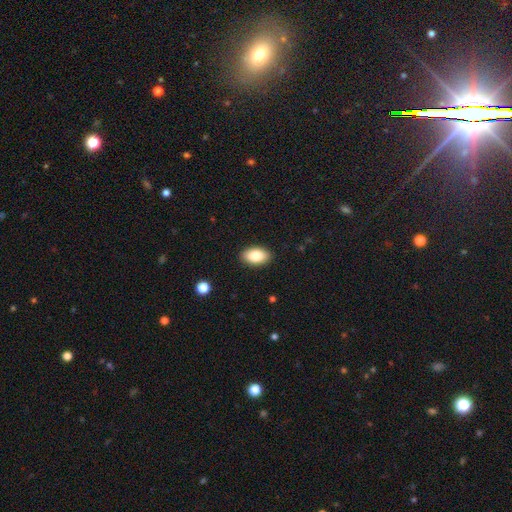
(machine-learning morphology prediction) This is clearly a smooth galaxy (84%). How rounded: clearly in between (93%). Merging: clearly none (89%).